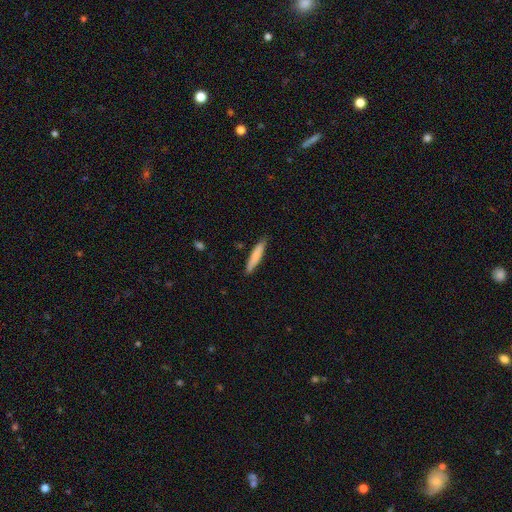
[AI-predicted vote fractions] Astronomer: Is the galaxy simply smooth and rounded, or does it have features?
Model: smooth — 76%.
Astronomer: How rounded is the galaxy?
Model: cigar-shaped — 89%.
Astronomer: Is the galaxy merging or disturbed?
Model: none — 86%.